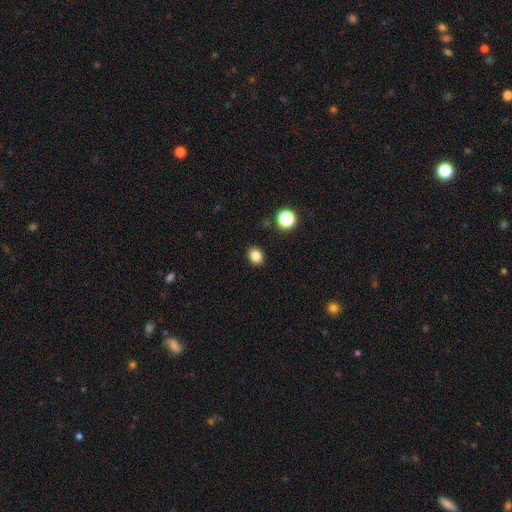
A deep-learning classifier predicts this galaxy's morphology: type=smooth (83%); roundness=round (53%); merging=none (90%).